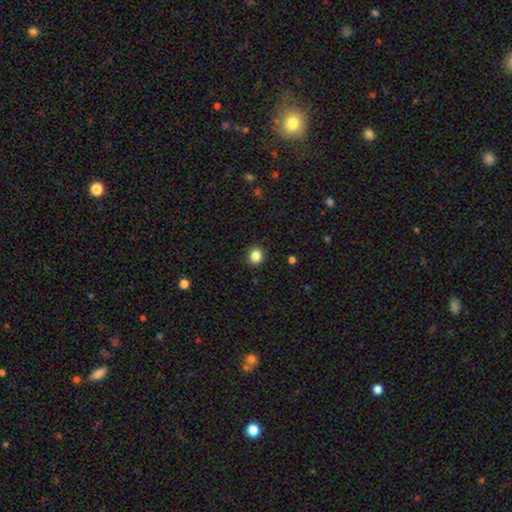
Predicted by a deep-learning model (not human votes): Smooth or featured? Predicted: smooth (p=0.85). How rounded? Predicted: round (p=0.87). Merging? Predicted: none (p=0.92).